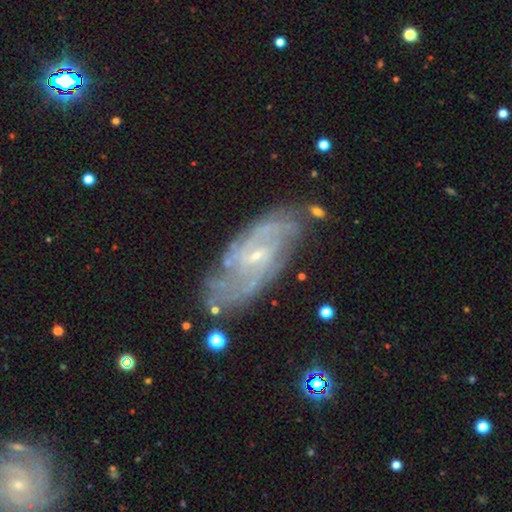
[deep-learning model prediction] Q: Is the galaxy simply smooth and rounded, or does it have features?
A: featured or disk — 85%.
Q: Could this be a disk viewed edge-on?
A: no — 93%.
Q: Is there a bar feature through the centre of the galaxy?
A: weak — 48%.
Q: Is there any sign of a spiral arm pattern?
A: yes — 95%.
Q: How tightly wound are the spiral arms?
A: tight — 48%.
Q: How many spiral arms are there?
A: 2 — 38%.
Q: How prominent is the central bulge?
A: small — 81%.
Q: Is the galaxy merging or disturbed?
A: none — 75%.